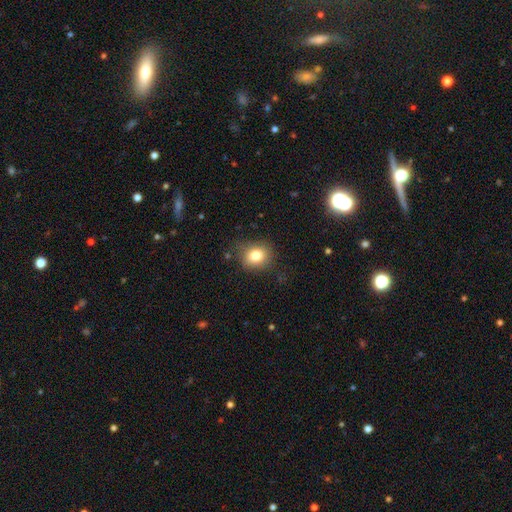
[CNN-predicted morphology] smooth-or-featured: smooth: 80% | star or artifact: 11% | featured or disk: 9%
  how-rounded: round: 67% | in between: 32% | cigar-shaped: 1%
  merging: none: 79% | minor disturbance: 15% | major disturbance: 4% | merger: 2%